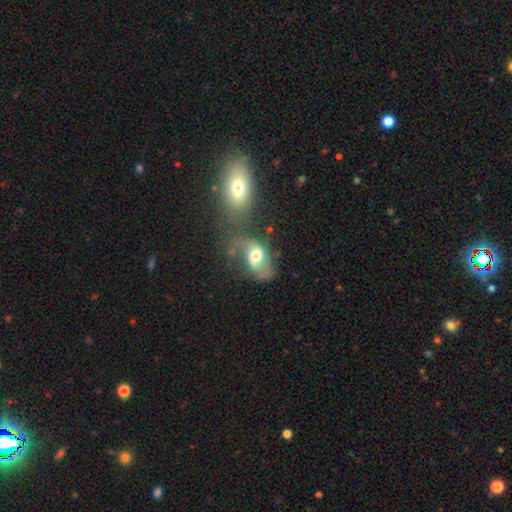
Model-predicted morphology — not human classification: A featured or disk galaxy (49%). Merging: none (31%).